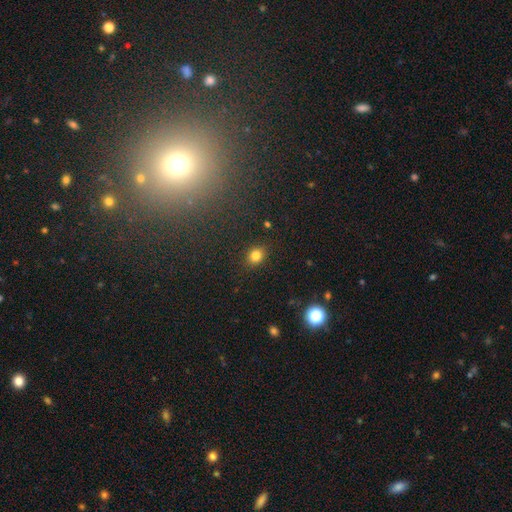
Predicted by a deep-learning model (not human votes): This appears to be a smooth galaxy with no disk features (82%) that is round (63%). Merging: none (88%).